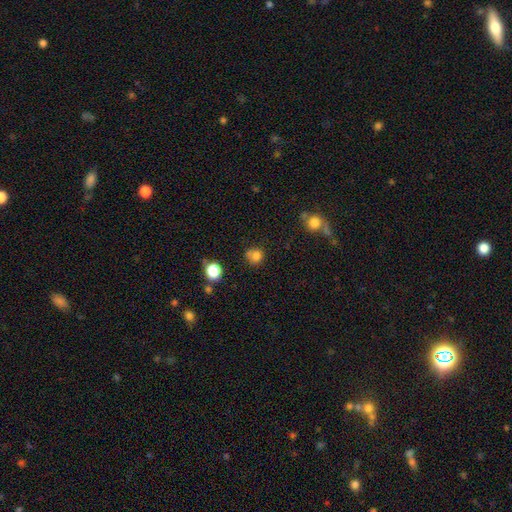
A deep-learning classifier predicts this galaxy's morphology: Smooth or featured? smooth (78%)
How rounded? round (79%)
Merging? none (56%)